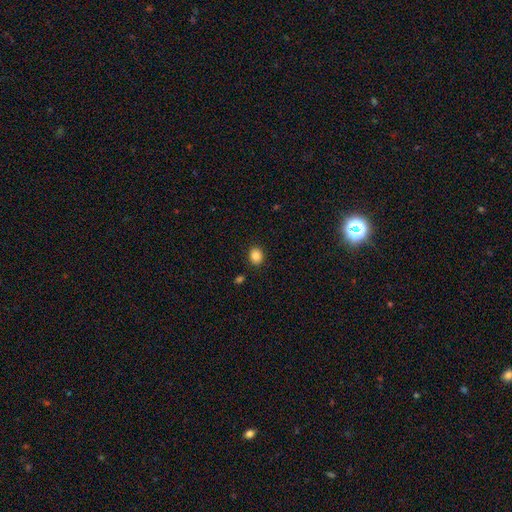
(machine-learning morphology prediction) smooth 87%, star or artifact 10%, featured or disk 4%. Down the decision tree: how rounded — round (57%); merging — none (88%).